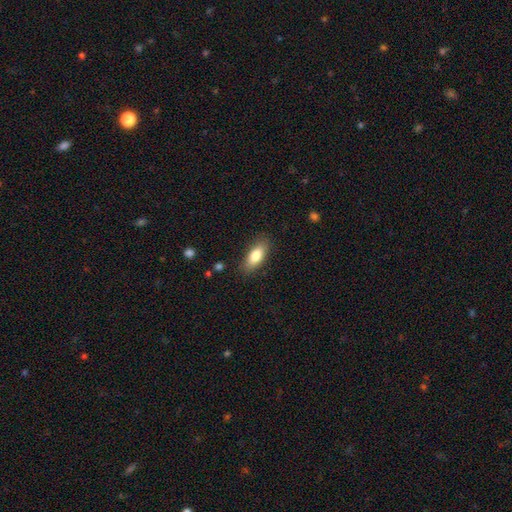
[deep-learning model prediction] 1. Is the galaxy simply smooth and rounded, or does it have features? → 80% smooth, 13% featured or disk, 7% star or artifact.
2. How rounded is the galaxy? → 81% in between, 16% cigar-shaped, 3% round.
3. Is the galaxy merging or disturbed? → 85% none, 11% minor disturbance, 3% major disturbance, 1% merger.